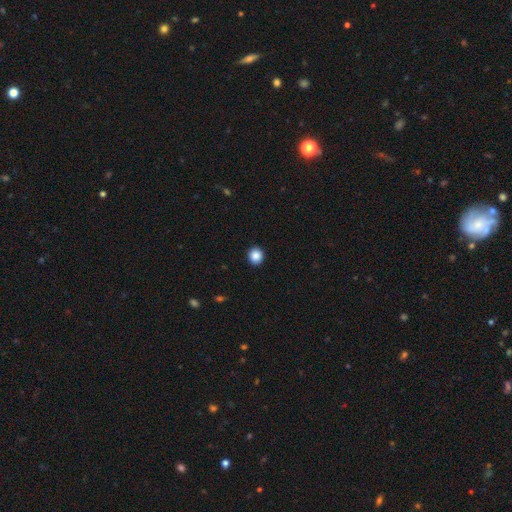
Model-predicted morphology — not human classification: smooth_or_featured: smooth (p=0.88) [alt: star or artifact p=0.09]
how_rounded: round (p=0.87) [alt: in between p=0.12]
merging: none (p=0.92) [alt: minor disturbance p=0.05]